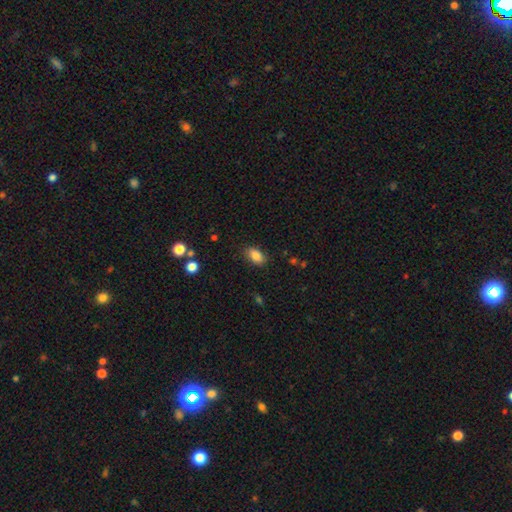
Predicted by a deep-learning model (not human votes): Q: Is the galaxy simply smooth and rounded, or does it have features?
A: smooth — 86%.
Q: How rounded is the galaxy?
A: in between — 89%.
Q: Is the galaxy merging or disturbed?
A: none — 85%.